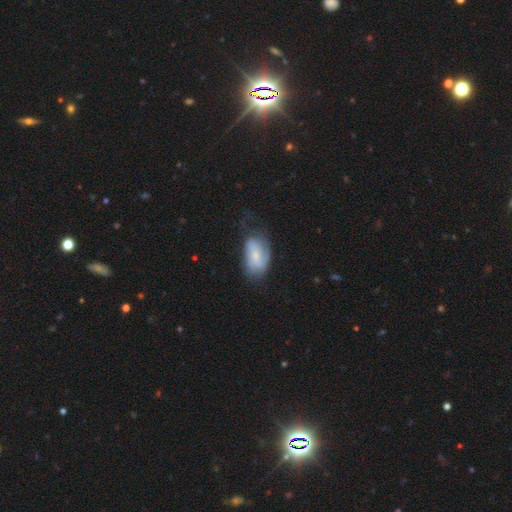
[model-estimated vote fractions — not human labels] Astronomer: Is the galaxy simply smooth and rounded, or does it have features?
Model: featured or disk — 48% (runner-up: smooth, 45%).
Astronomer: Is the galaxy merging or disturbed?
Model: none — 47% (runner-up: minor disturbance, 31%).